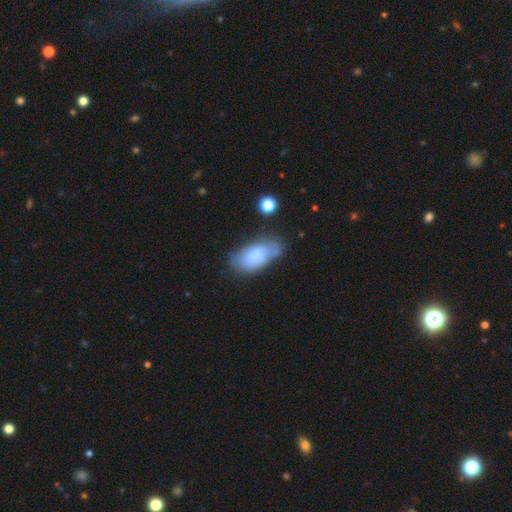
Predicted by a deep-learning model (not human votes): Smooth or featured? smooth (77%)
How rounded? in between (93%)
Merging? none (52%)